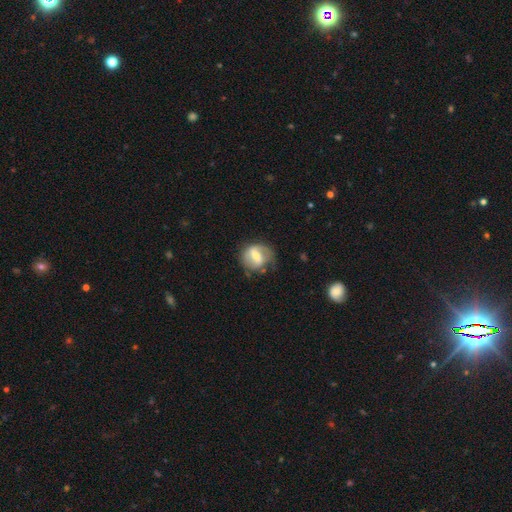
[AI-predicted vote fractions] Overall: featured or disk (58%; smooth 36%). Edge-on disk: no (95%). Bar: strong (48%; weak 38%). Spiral arms: yes (60%; no 40%). Bulge size: moderate (52%; small 38%). Merging: none (59%; minor disturbance 25%).